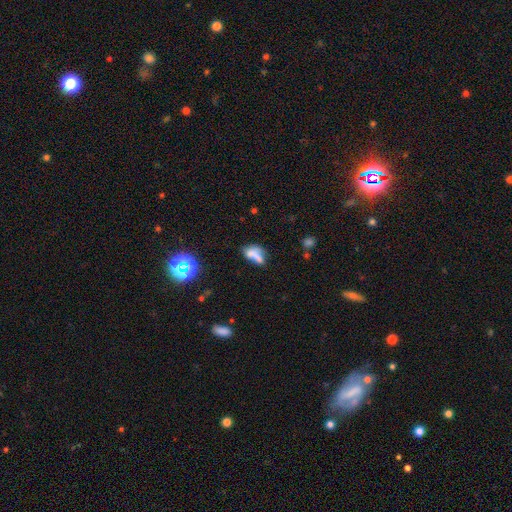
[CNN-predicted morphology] A smooth galaxy with no disk features (63%) that is in between round and cigar-shaped (75%).

Vote fractions:
- Smooth or featured? smooth: 63% / featured or disk: 23% / star or artifact: 15%
- How rounded? in between: 75% / cigar-shaped: 15% / round: 10%
- Merging? merger: 34% / none: 30% / minor disturbance: 20% / major disturbance: 17%